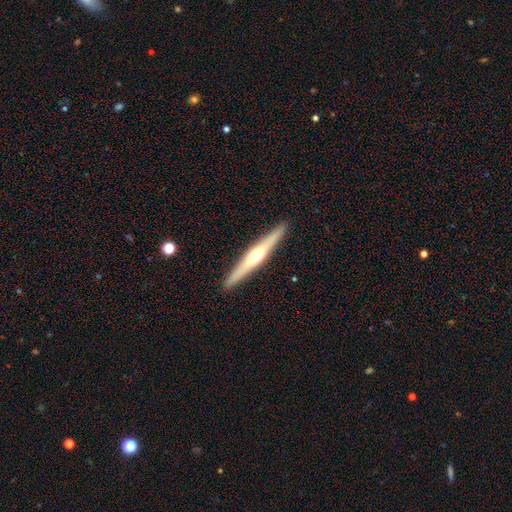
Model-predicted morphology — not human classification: The model was most divided on "smooth or featured": featured or disk: 69%, smooth: 26%, star or artifact: 5%. More confident: edge-on disk — yes (97%); merging — none (92%); edge-on bulge — rounded (87%).